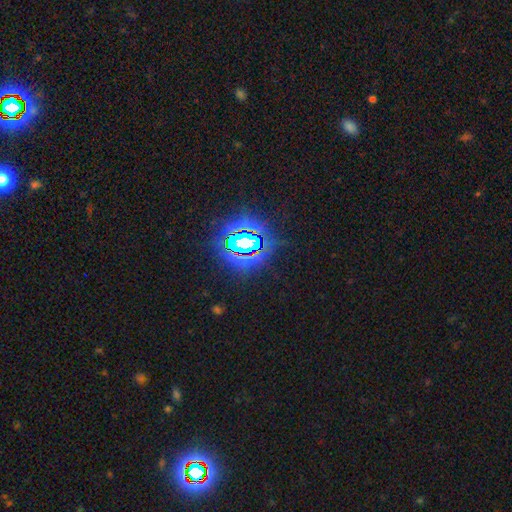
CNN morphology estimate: smooth_or_featured: star or artifact (p=0.83) [alt: smooth p=0.11]